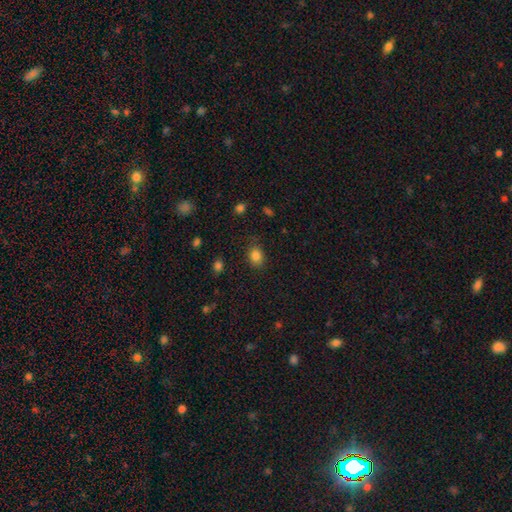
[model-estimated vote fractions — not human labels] Smooth or featured? Predicted: smooth (p=0.84). How rounded? Predicted: in between (p=0.50). Merging? Predicted: none (p=0.78).